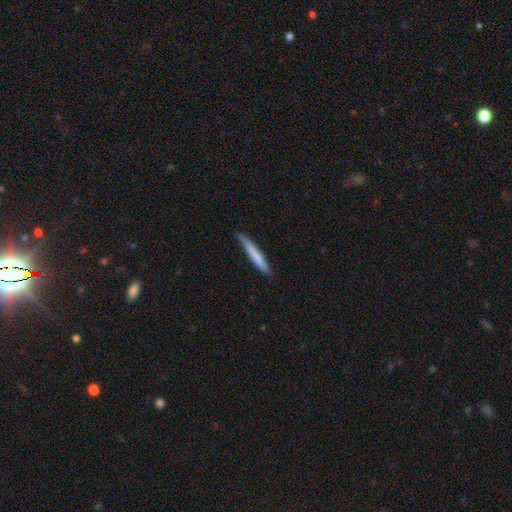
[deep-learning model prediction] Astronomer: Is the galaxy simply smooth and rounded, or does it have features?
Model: smooth — 71%.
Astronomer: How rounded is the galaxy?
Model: cigar-shaped — 95%.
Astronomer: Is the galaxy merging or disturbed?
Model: none — 82%.